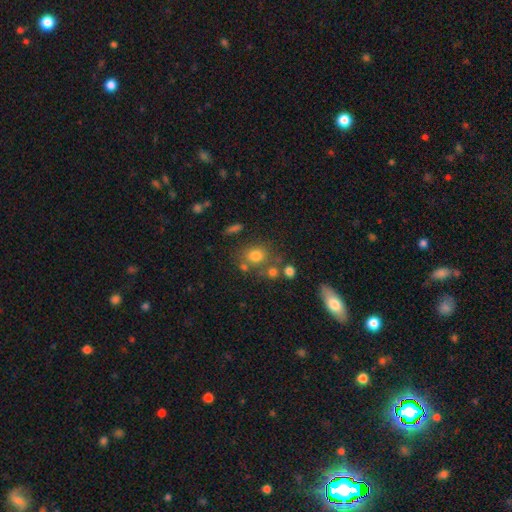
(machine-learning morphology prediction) Smooth or featured: smooth — 74% (star or artifact — 15%)
How rounded: round — 67% (in between — 31%)
Merging: none — 64% (merger — 17%)